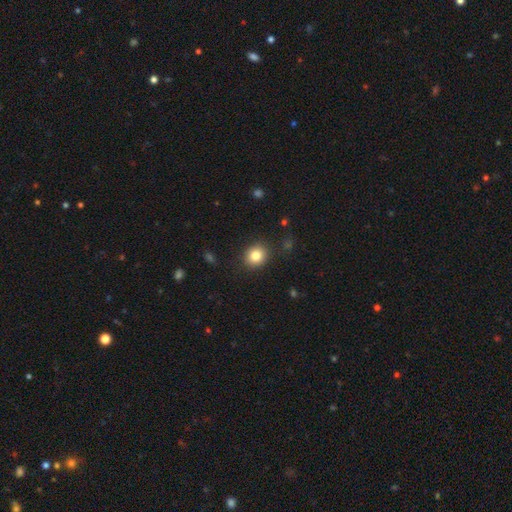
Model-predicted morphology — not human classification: smooth-or-featured: smooth: 82% | star or artifact: 10% | featured or disk: 7%
  how-rounded: round: 78% | in between: 21% | cigar-shaped: 1%
  merging: none: 88% | minor disturbance: 8% | major disturbance: 3% | merger: 1%